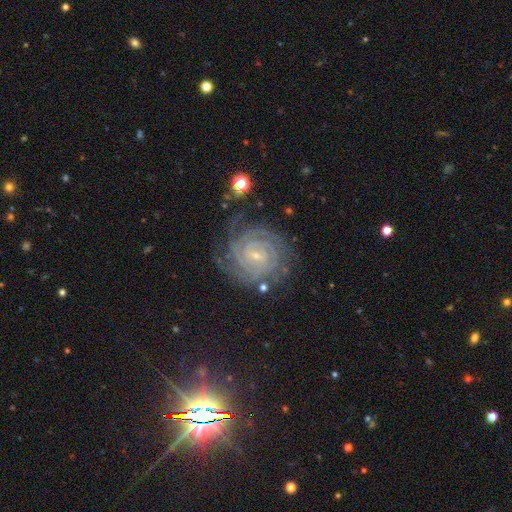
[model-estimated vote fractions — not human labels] The model was most divided on "bar" (2-way tie): weak: 42%, no: 42%, strong: 16%. Remaining: spiral arms — yes (99%); edge-on disk — no (98%); smooth or featured — featured or disk (89%); spiral winding — tight (85%); bulge size — small (84%); merging — none (76%); spiral arm count — 4 (25%).